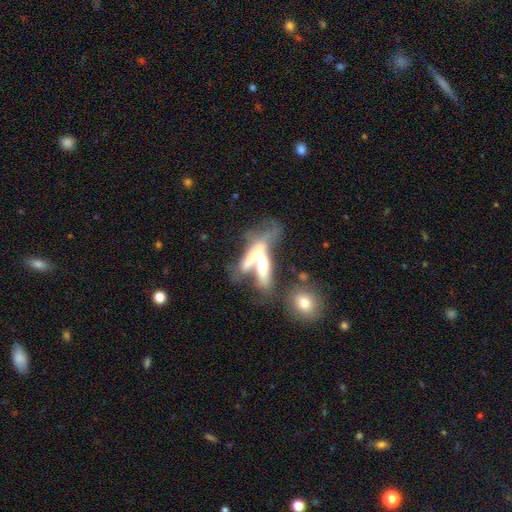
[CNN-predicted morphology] Smooth or featured? featured or disk (57%)
Edge-on disk? yes (51%)
Merging? merger (60%)